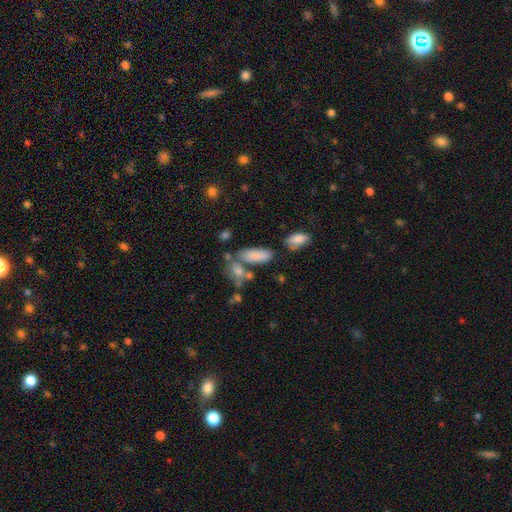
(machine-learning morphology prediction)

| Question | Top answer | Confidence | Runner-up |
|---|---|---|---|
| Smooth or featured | smooth | 81% | featured or disk (11%) |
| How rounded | in between | 73% | cigar-shaped (23%) |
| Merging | none | 55% | merger (23%) |